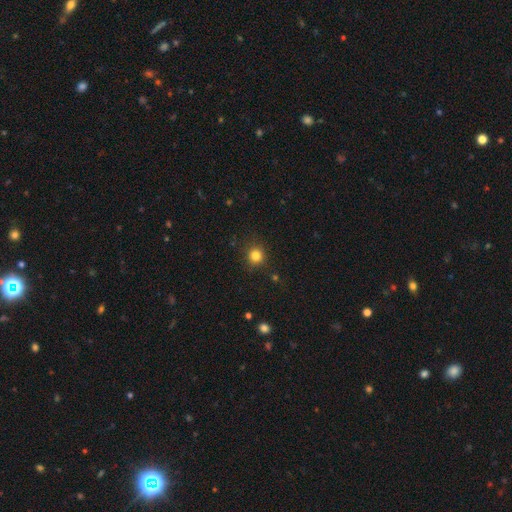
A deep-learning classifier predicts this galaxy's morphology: smooth 82%, star or artifact 13%, featured or disk 5%. Down the decision tree: how rounded — round (91%); merging — none (88%).